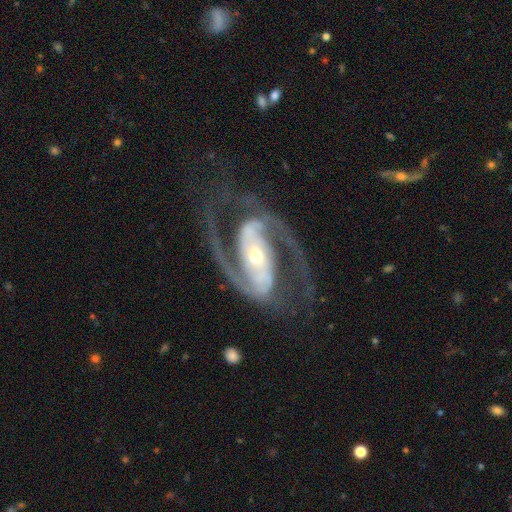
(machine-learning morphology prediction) type=featured or disk (93%); edge-on=no (97%); bar=strong (48%); spiral arms=yes (98%); winding=medium (62%); arm count=2 (93%); bulge=moderate (57%); merging=none (74%).